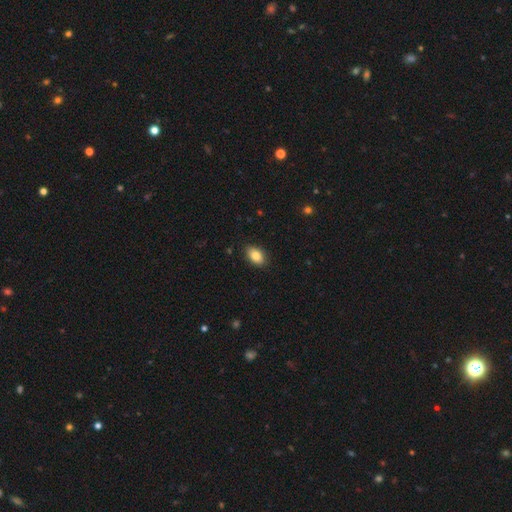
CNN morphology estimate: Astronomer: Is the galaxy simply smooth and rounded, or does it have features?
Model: smooth — 85%.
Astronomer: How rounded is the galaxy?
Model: in between — 90%.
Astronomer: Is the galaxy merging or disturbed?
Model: none — 88%.